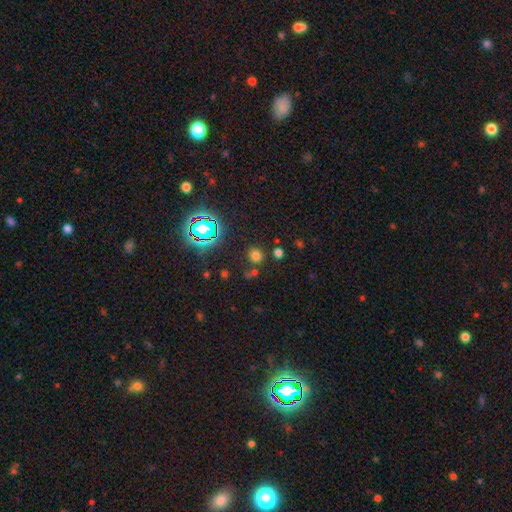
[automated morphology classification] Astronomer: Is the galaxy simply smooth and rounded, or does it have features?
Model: smooth — 67%.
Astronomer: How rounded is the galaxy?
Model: round — 85%.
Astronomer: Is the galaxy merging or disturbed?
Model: none — 79%.